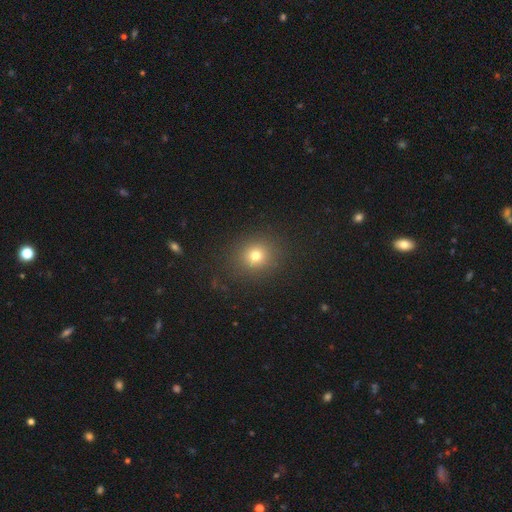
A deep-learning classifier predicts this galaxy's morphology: This is likely a smooth galaxy (74%). How rounded: clearly round (83%). Merging: clearly none (87%).